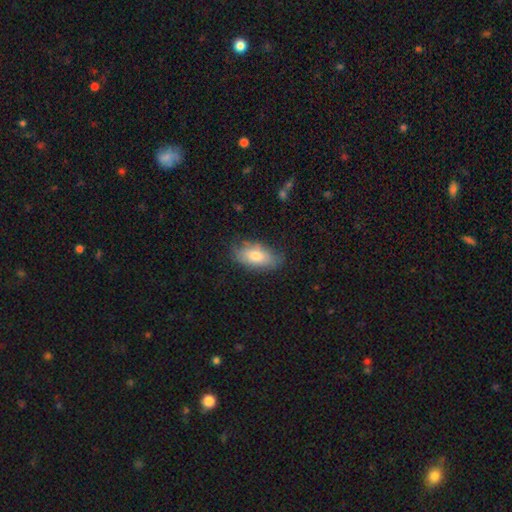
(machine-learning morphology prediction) Q: Smooth or featured?
A: smooth (72%); runner-up: featured or disk (21%)
Q: How rounded?
A: in between (88%); runner-up: cigar-shaped (9%)
Q: Merging?
A: none (71%); runner-up: minor disturbance (23%)